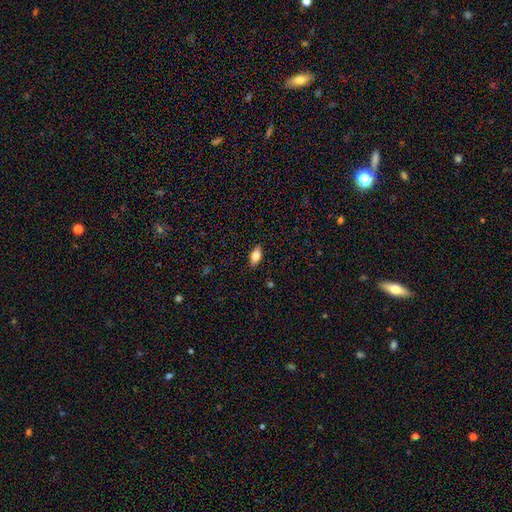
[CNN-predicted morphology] Smooth or featured: smooth — 81% (featured or disk — 12%)
How rounded: in between — 86% (cigar-shaped — 10%)
Merging: none — 87% (minor disturbance — 10%)